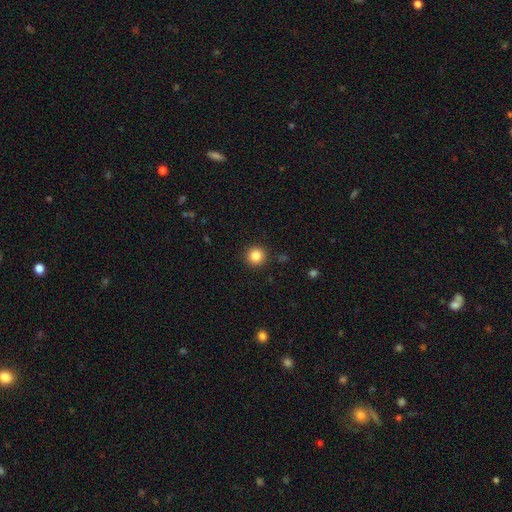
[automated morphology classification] smooth_or_featured: smooth (p=0.85) [alt: star or artifact p=0.11]
how_rounded: round (p=0.95) [alt: in between p=0.04]
merging: none (p=0.91) [alt: minor disturbance p=0.05]